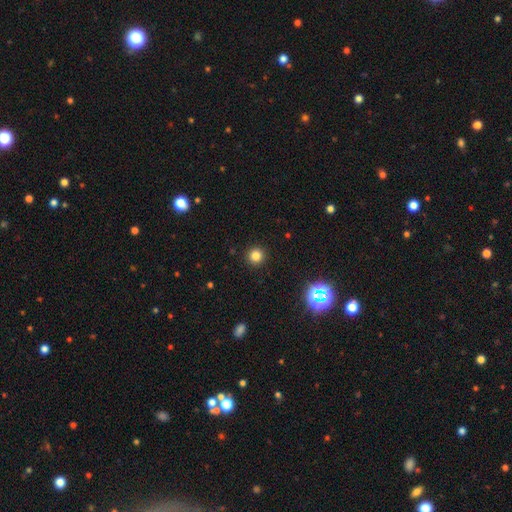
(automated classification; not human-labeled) A smooth galaxy with no disk features (80%) that is round (95%). Merging: none (92%).